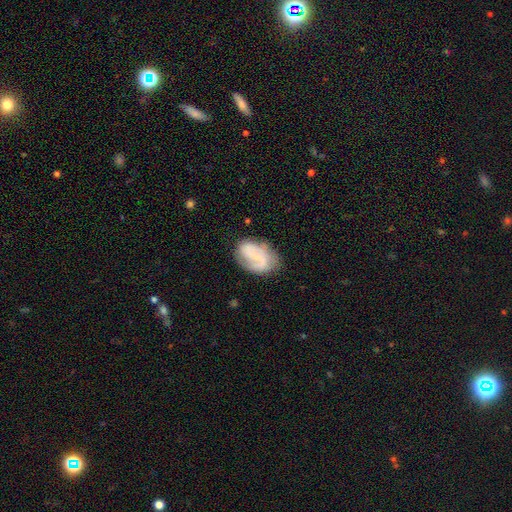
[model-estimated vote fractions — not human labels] Q: Smooth or featured?
A: featured or disk (63%); runner-up: smooth (30%)
Q: Edge-on disk?
A: no (97%); runner-up: yes (3%)
Q: Bar?
A: weak (43%); runner-up: no (40%)
Q: Spiral arms?
A: yes (86%); runner-up: no (14%)
Q: Spiral winding?
A: medium (42%); runner-up: tight (32%)
Q: Spiral arm count?
A: 2 (65%); runner-up: can't tell (15%)
Q: Bulge size?
A: small (53%); runner-up: none (31%)
Q: Merging?
A: none (67%); runner-up: minor disturbance (22%)